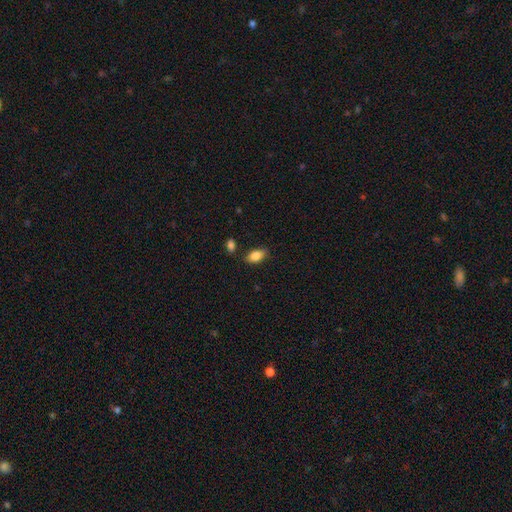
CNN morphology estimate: The model was most divided on "merging": none: 80%, minor disturbance: 13%, merger: 4%, major disturbance: 3%. More confident: how rounded — in between (90%); smooth or featured — smooth (85%).